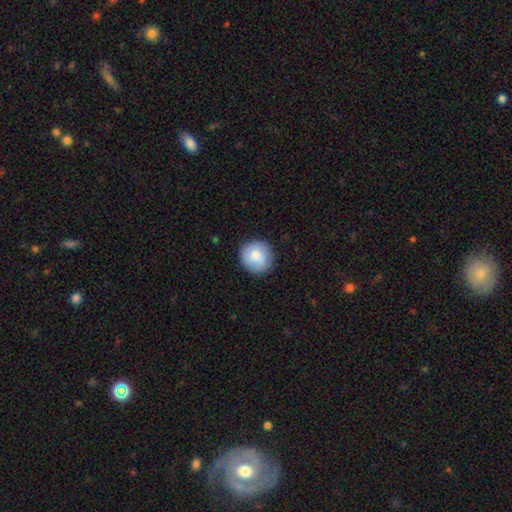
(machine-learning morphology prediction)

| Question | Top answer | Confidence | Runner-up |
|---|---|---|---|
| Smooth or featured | smooth | 75% | featured or disk (18%) |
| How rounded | round | 93% | in between (6%) |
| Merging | none | 86% | minor disturbance (11%) |